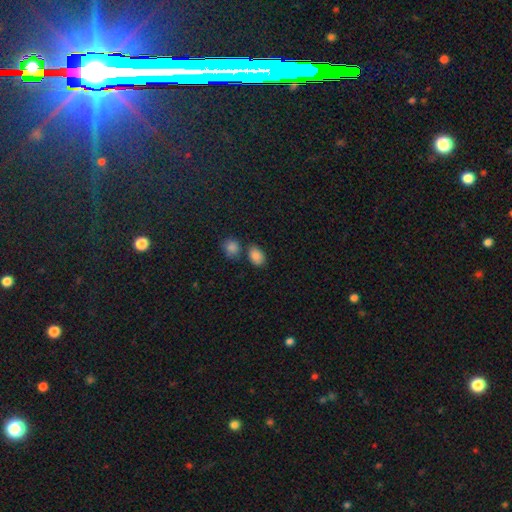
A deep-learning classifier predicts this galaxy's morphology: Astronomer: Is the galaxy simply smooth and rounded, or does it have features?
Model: smooth — 85%.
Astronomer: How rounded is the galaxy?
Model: in between — 81%.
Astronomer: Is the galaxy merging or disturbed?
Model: none — 63%.